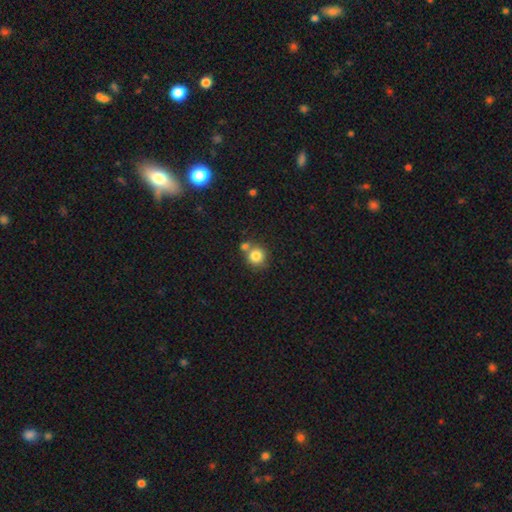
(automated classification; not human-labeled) Smooth or featured? smooth (82%)
How rounded? round (89%)
Merging? none (58%)